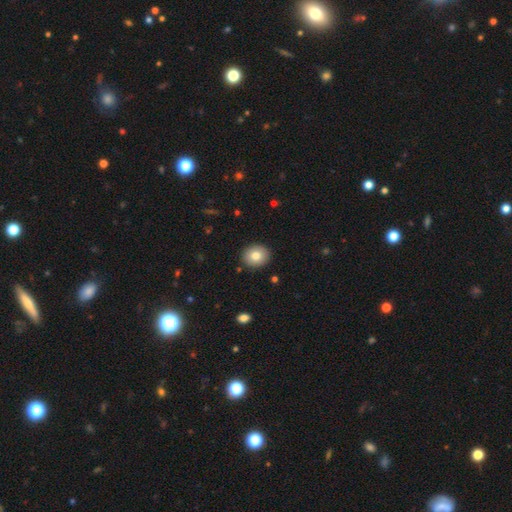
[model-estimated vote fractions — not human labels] smooth_or_featured: smooth (p=0.80) [alt: featured or disk p=0.11]
how_rounded: round (p=0.72) [alt: in between p=0.27]
merging: none (p=0.90) [alt: minor disturbance p=0.07]